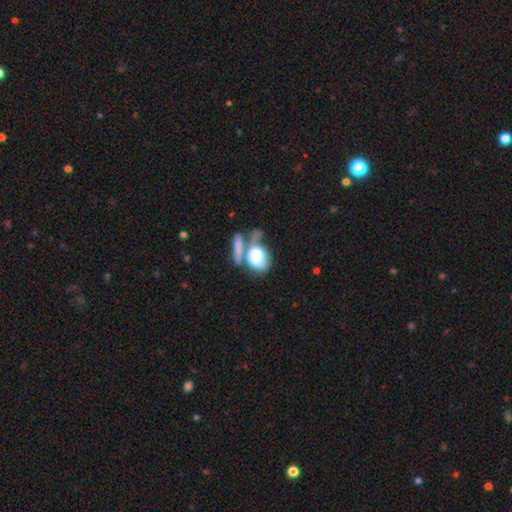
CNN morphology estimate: smooth-or-featured: smooth: 67% | featured or disk: 26% | star or artifact: 8%
  how-rounded: in between: 66% | round: 30% | cigar-shaped: 4%
  merging: merger: 48% | none: 21% | major disturbance: 19% | minor disturbance: 12%